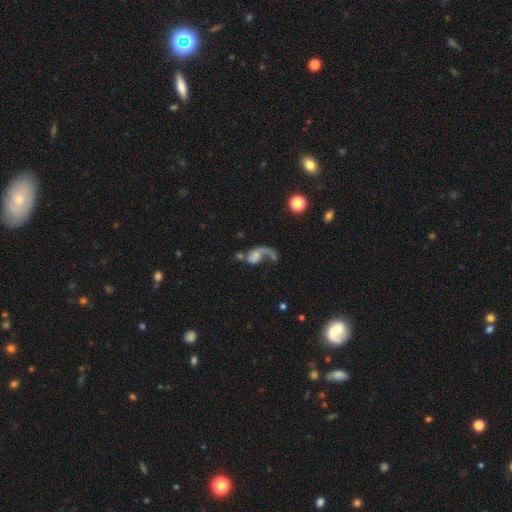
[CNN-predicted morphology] smooth-or-featured: featured or disk: 60% | smooth: 30% | star or artifact: 11%
  disk-edge-on: no: 96% | yes: 4%
    bar: no: 77% | weak: 18% | strong: 5%
    has-spiral-arms: yes: 76% | no: 24%
    bulge-size: none: 35% | small: 34% | moderate: 19% | large: 7% | dominant: 4%
  merging: major disturbance: 45% | none: 24% | merger: 19% | minor disturbance: 12%